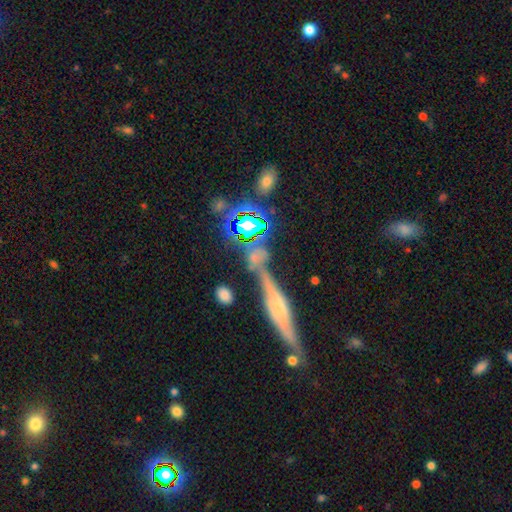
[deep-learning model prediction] smooth_or_featured: star or artifact (p=0.43) [alt: smooth p=0.36]